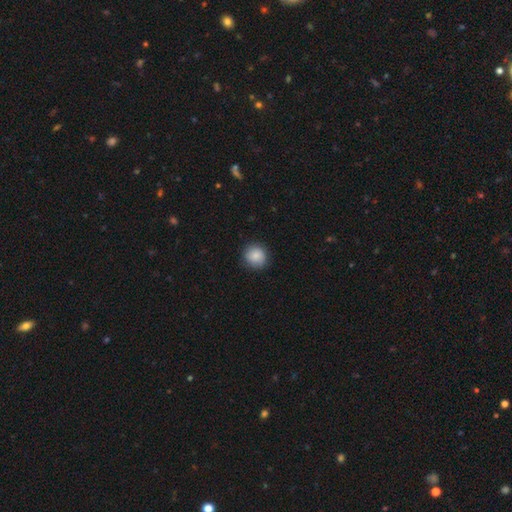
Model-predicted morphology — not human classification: This is clearly a smooth galaxy (86%). How rounded: clearly round (91%). Merging: clearly none (86%).